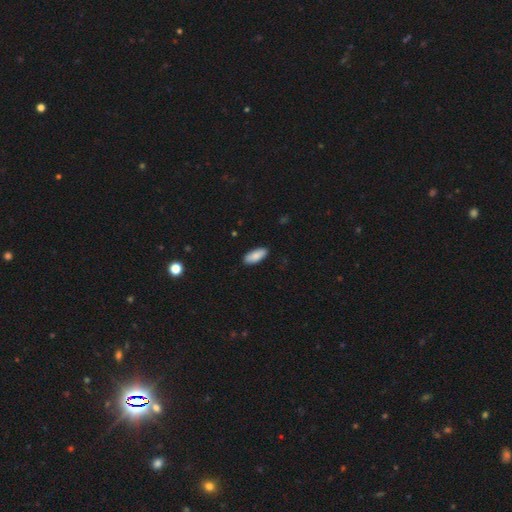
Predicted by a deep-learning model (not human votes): A smooth galaxy with no disk features (88%) that is in between round and cigar-shaped (83%).

Vote fractions:
- Smooth or featured? smooth: 88% / featured or disk: 6% / star or artifact: 6%
- How rounded? in between: 83% / cigar-shaped: 15% / round: 2%
- Merging? none: 89% / minor disturbance: 8% / major disturbance: 2% / merger: 1%